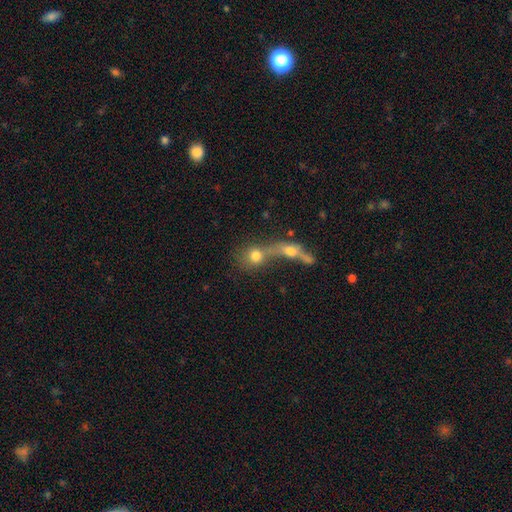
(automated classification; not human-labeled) Q: Smooth or featured?
A: smooth (70%); runner-up: featured or disk (18%)
Q: How rounded?
A: round (72%); runner-up: in between (23%)
Q: Merging?
A: merger (66%); runner-up: none (22%)